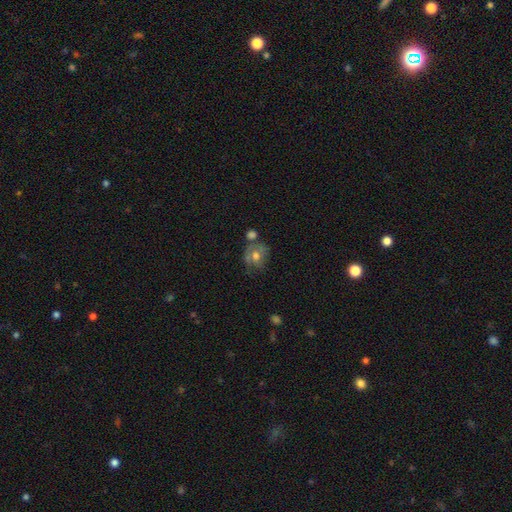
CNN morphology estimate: Smooth or featured? smooth (54%)
How rounded? round (63%)
Merging? none (46%)